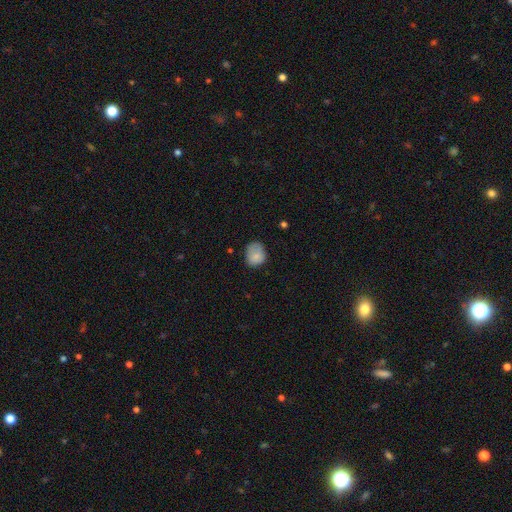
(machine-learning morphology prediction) Overall: smooth (80%). How rounded: round (55%; in between 44%). Merging: none (56%; minor disturbance 32%).